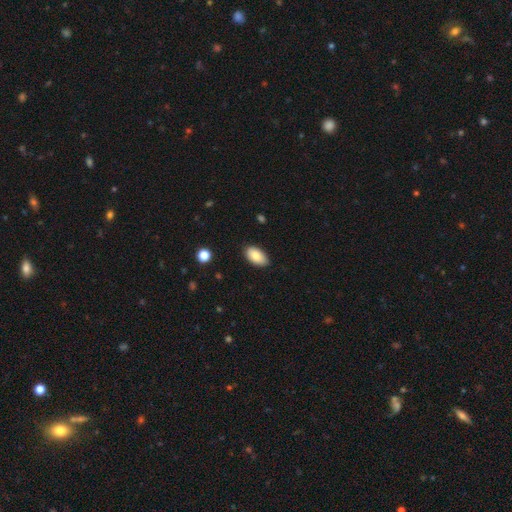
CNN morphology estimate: Smooth or featured?
  - smooth: 84% *
  - featured or disk: 9%
  - star or artifact: 7%
How rounded?
  - in between: 95% *
  - round: 4%
  - cigar-shaped: 2%
Merging?
  - none: 85% *
  - minor disturbance: 12%
  - major disturbance: 2%
  - merger: 1%